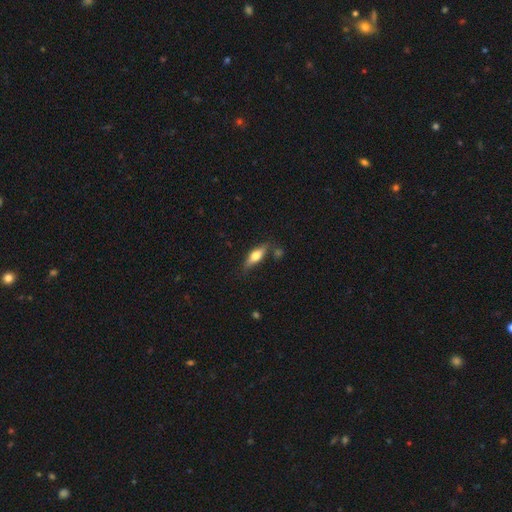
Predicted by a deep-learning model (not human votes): Smooth or featured? smooth (55%)
How rounded? in between (51%)
Merging? none (73%)